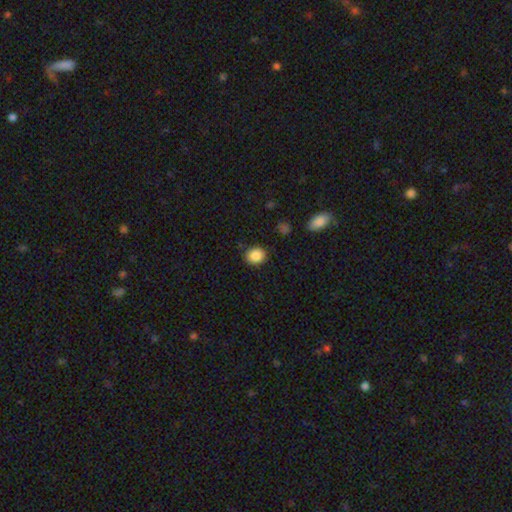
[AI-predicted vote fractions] smooth-or-featured: smooth: 88% | star or artifact: 9% | featured or disk: 4%
  how-rounded: round: 66% | in between: 33% | cigar-shaped: 1%
  merging: none: 86% | minor disturbance: 9% | major disturbance: 3% | merger: 2%